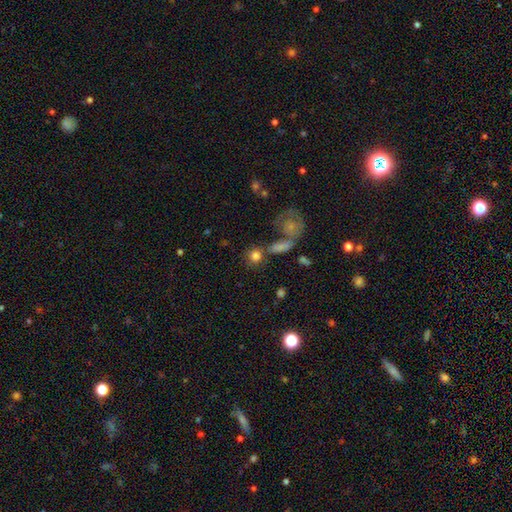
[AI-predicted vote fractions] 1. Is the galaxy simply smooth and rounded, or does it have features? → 80% smooth, 10% star or artifact, 10% featured or disk.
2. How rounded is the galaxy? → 85% round, 13% in between, 2% cigar-shaped.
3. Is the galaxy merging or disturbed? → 62% none, 20% merger, 11% minor disturbance, 7% major disturbance.